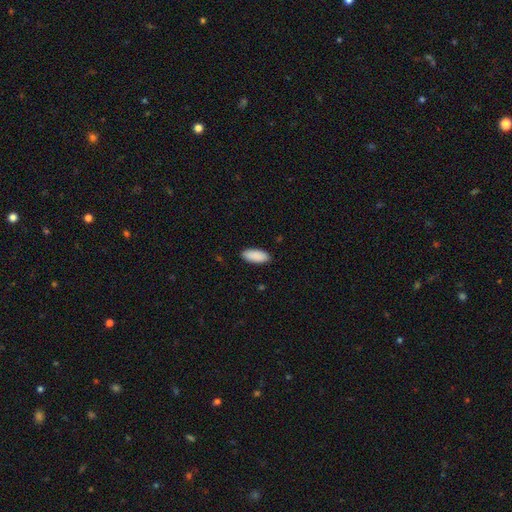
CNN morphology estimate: Smooth or featured: smooth — 91% (star or artifact — 6%)
How rounded: in between — 87% (cigar-shaped — 12%)
Merging: none — 89% (minor disturbance — 8%)